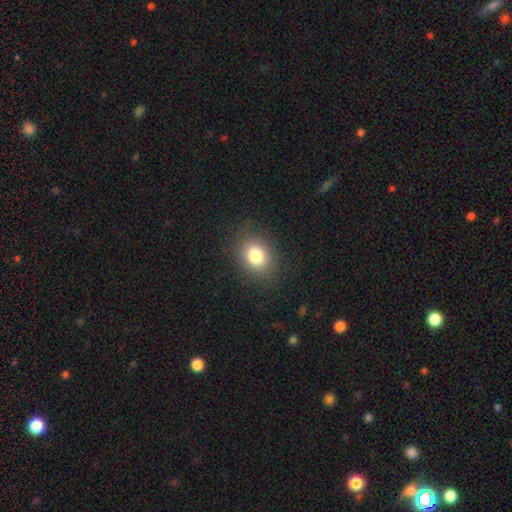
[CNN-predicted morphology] This is clearly a smooth galaxy (81%). How rounded: possibly in between (51%). Merging: clearly none (86%).